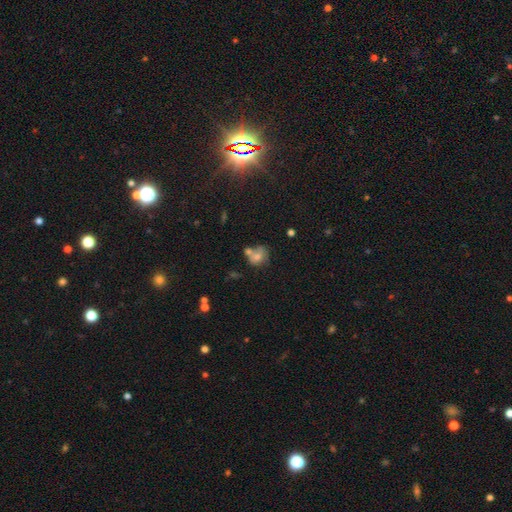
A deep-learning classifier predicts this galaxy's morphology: smooth-or-featured: smooth: 66% | featured or disk: 22% | star or artifact: 12%
  how-rounded: round: 58% | in between: 41% | cigar-shaped: 1%
  merging: merger: 39% | none: 35% | minor disturbance: 17% | major disturbance: 9%